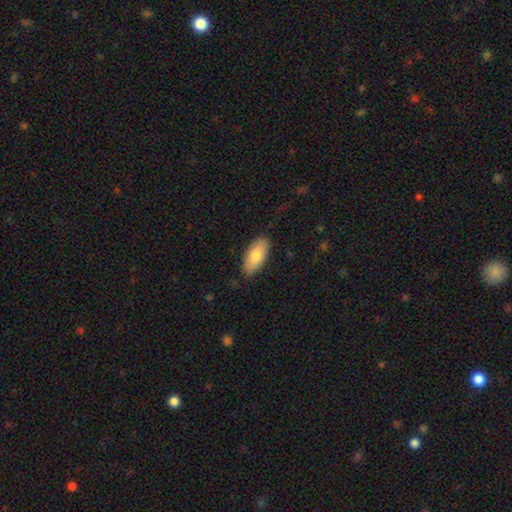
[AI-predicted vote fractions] smooth 80%, featured or disk 14%, star or artifact 6%. Down the decision tree: how rounded — in between (90%); merging — none (84%).